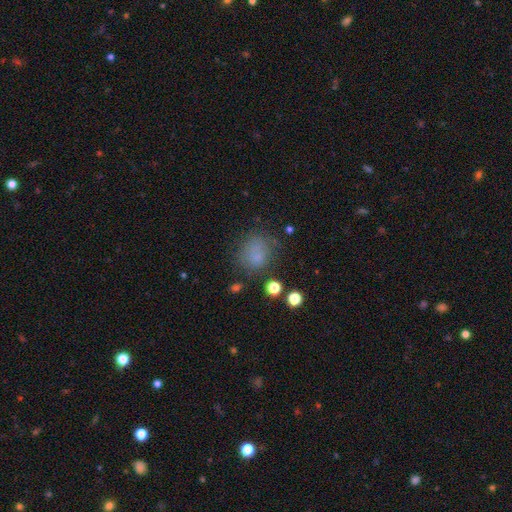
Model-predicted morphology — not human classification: smooth_or_featured: smooth (p=0.73) [alt: star or artifact p=0.15]
how_rounded: round (p=0.72) [alt: in between p=0.27]
merging: none (p=0.62) [alt: minor disturbance p=0.21]